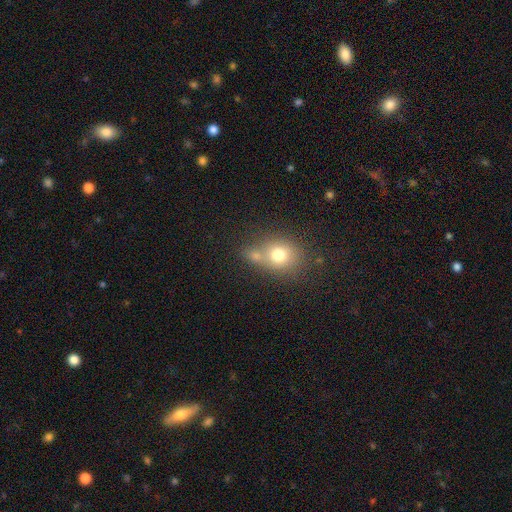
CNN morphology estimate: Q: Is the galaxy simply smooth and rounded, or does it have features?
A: smooth — 73%.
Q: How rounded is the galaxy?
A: round — 66%.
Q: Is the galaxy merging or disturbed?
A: none — 44%.